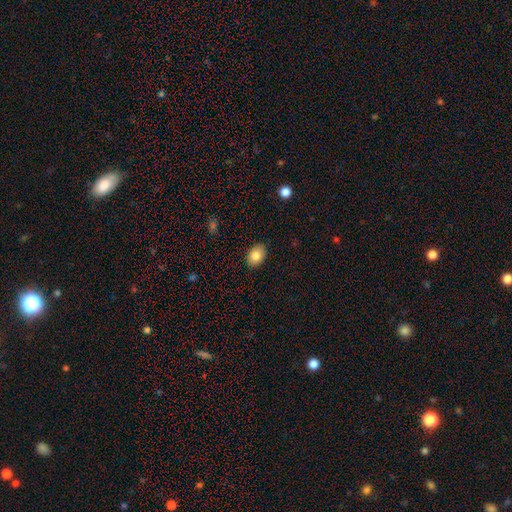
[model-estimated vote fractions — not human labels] Smooth or featured: smooth — 83% (featured or disk — 9%)
How rounded: in between — 77% (round — 22%)
Merging: none — 87% (minor disturbance — 10%)